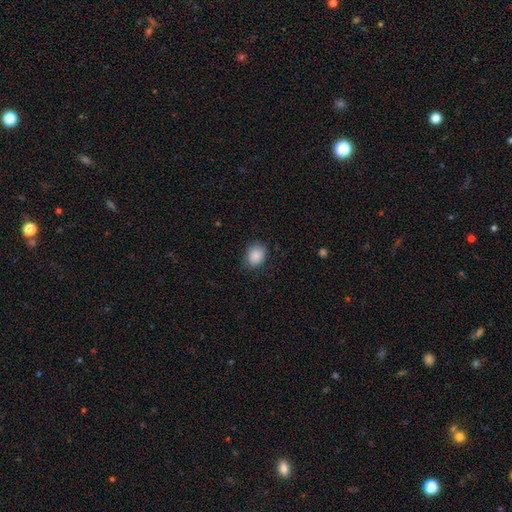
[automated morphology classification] smooth 88%, star or artifact 8%, featured or disk 4%. Down the decision tree: how rounded — in between (53%); merging — none (79%).